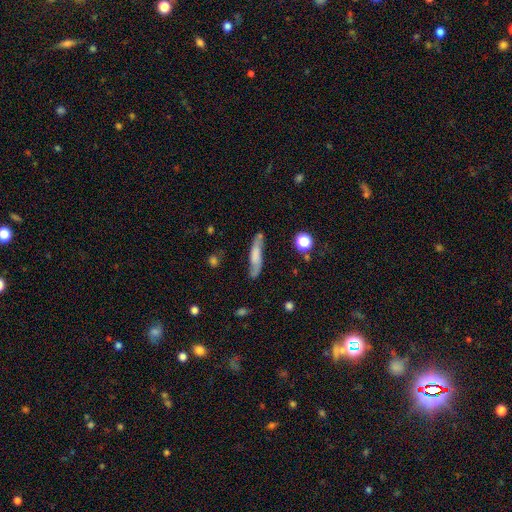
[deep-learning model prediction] Smooth or featured? Predicted: smooth (p=0.52). How rounded? Predicted: cigar-shaped (p=0.79). Merging? Predicted: none (p=0.69).